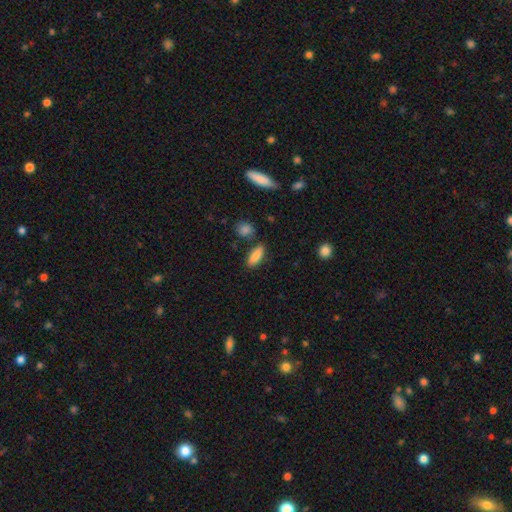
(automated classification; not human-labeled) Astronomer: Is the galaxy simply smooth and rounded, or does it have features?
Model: smooth — 82%.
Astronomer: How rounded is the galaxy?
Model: in between — 69%.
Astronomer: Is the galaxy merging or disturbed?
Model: none — 78%.